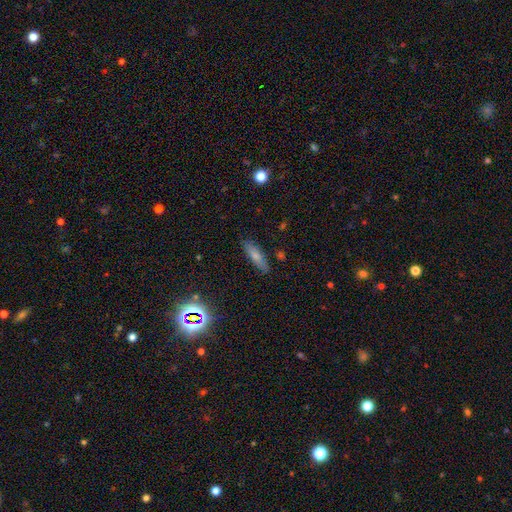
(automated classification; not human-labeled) Morphology: type=smooth (72%); roundness=cigar-shaped (59%); merging=none (85%).